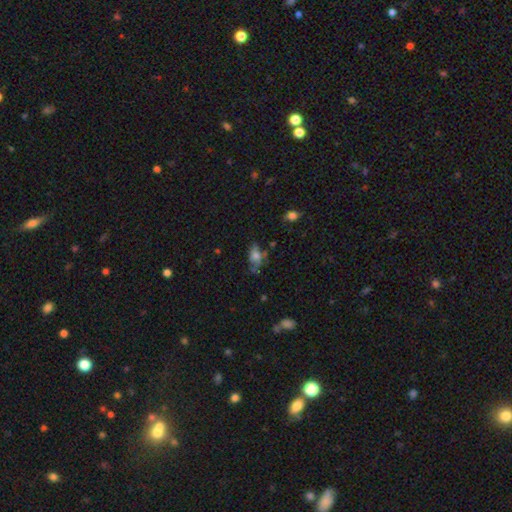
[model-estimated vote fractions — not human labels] A smooth galaxy with no disk features (56%) that is in between round and cigar-shaped (82%).

Vote fractions:
- Smooth or featured? smooth: 56% / featured or disk: 31% / star or artifact: 13%
- How rounded? in between: 82% / round: 11% / cigar-shaped: 7%
- Merging? none: 46% / minor disturbance: 30% / major disturbance: 17% / merger: 8%